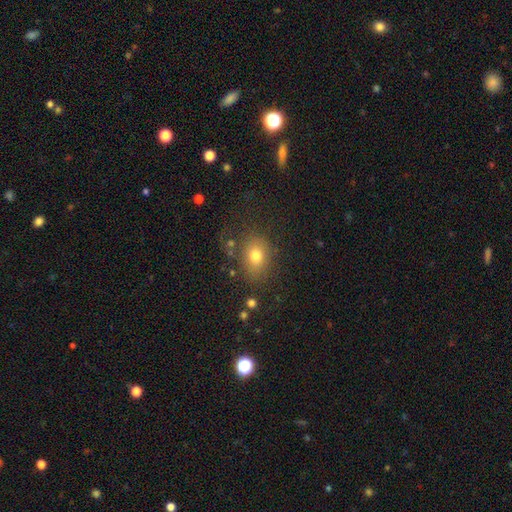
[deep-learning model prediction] Smooth or featured? smooth (73%)
How rounded? in between (59%)
Merging? none (75%)